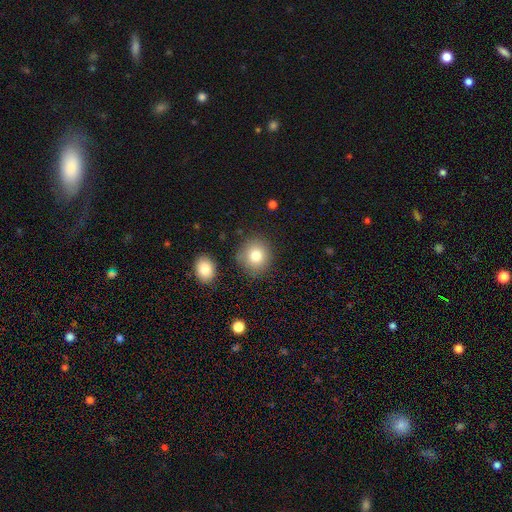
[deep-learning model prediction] This is clearly a smooth galaxy (80%). How rounded: clearly round (89%). Merging: clearly none (82%).